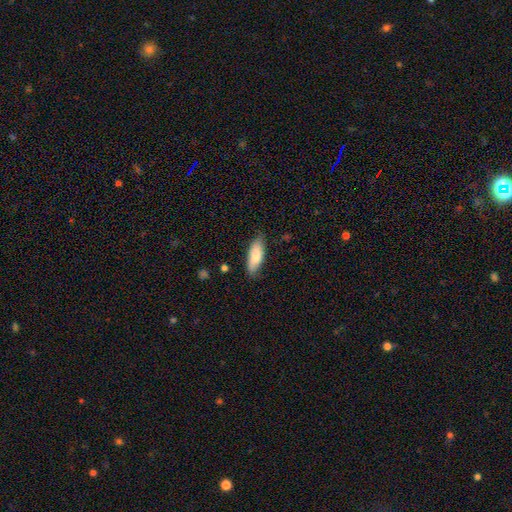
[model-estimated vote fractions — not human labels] This is likely a smooth galaxy (79%). How rounded: likely in between (68%). Merging: likely none (77%).